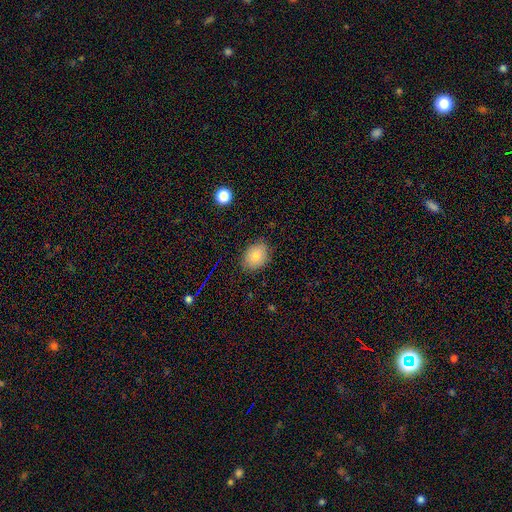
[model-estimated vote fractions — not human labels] Overall: smooth (79%). How rounded: in between (61%; round 38%). Merging: none (84%).